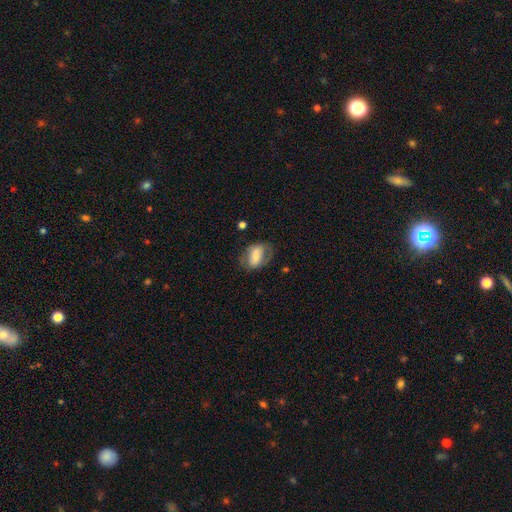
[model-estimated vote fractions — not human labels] Q: Smooth or featured?
A: smooth (58%); runner-up: featured or disk (34%)
Q: How rounded?
A: in between (83%); runner-up: round (15%)
Q: Merging?
A: none (62%); runner-up: minor disturbance (22%)